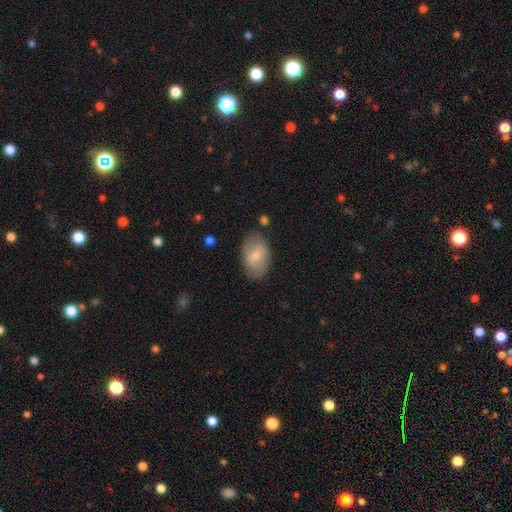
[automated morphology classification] The model was most divided on "smooth or featured": smooth: 61%, featured or disk: 33%, star or artifact: 6%. More confident: how rounded — in between (90%); merging — none (77%).